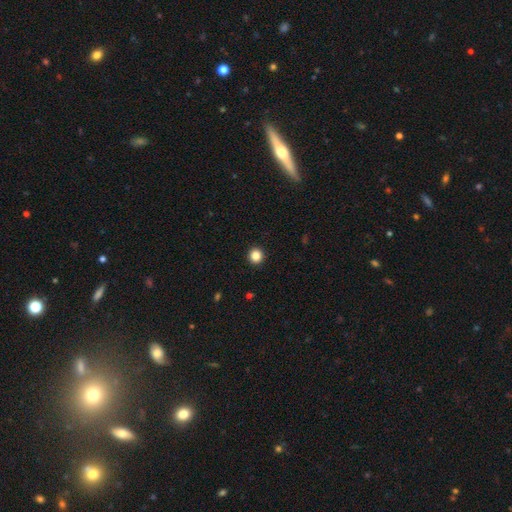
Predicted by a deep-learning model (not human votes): Smooth or featured?
  - smooth: 86% *
  - star or artifact: 11%
  - featured or disk: 4%
How rounded?
  - round: 94% *
  - in between: 5%
  - cigar-shaped: 1%
Merging?
  - none: 94% *
  - minor disturbance: 4%
  - major disturbance: 1%
  - merger: 1%